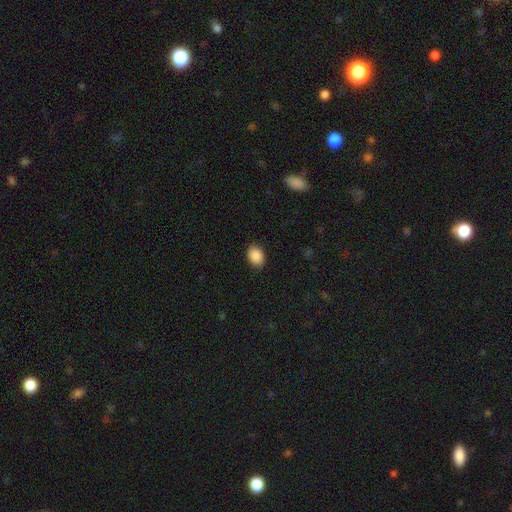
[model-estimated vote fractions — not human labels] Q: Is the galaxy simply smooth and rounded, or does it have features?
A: smooth — 89%.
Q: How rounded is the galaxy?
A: in between — 71%.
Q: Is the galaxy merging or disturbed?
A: none — 86%.